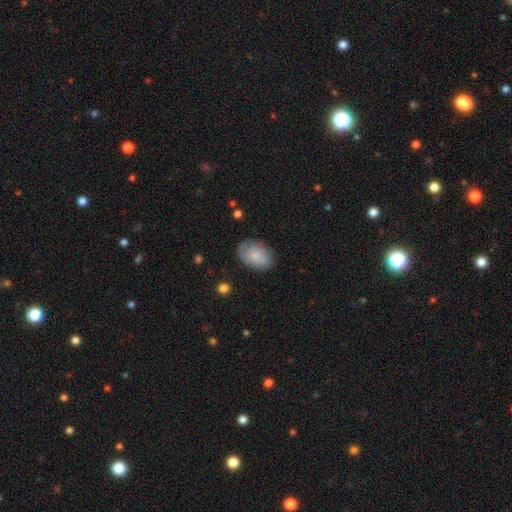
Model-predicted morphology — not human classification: smooth 68%, featured or disk 25%, star or artifact 7%. Down the decision tree: how rounded — in between (84%); merging — none (73%).